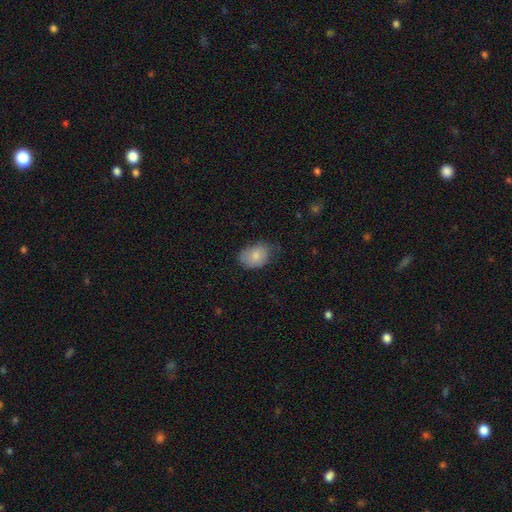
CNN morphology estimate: type=smooth (80%); roundness=in between (75%); merging=none (58%).